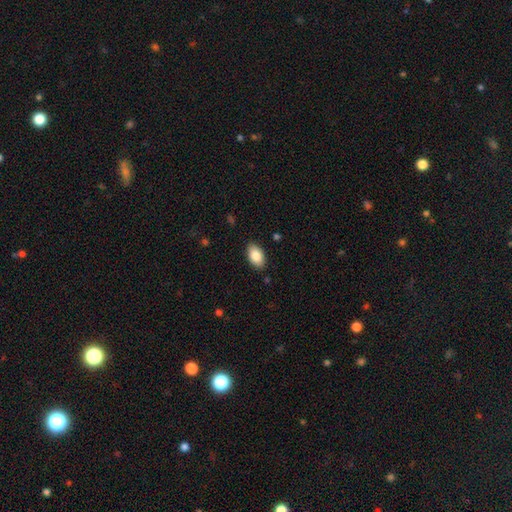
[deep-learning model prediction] smooth_or_featured: smooth (p=0.86) [alt: featured or disk p=0.07]
how_rounded: in between (p=0.94) [alt: round p=0.04]
merging: none (p=0.88) [alt: minor disturbance p=0.09]